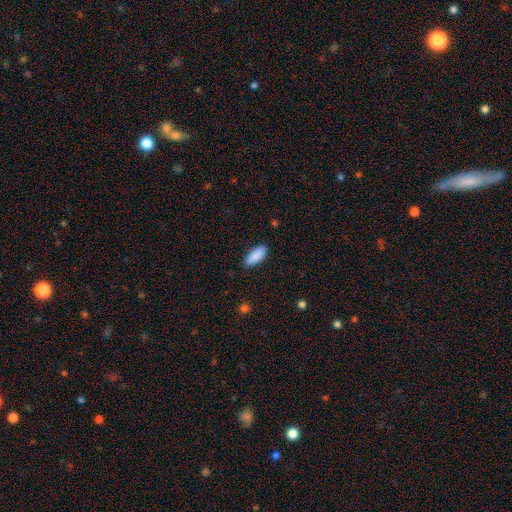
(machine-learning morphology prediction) A smooth galaxy with no disk features (90%) that is in between round and cigar-shaped (81%).

Vote fractions:
- Smooth or featured? smooth: 90% / star or artifact: 6% / featured or disk: 4%
- How rounded? in between: 81% / cigar-shaped: 18% / round: 2%
- Merging? none: 88% / minor disturbance: 9% / major disturbance: 2% / merger: 1%